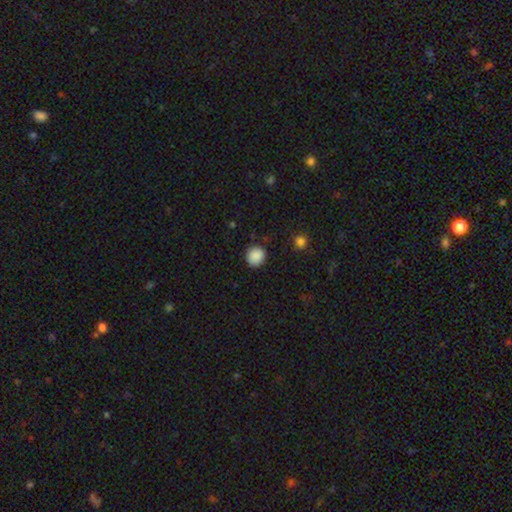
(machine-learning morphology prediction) smooth-or-featured: smooth: 88% | star or artifact: 9% | featured or disk: 3%
  how-rounded: round: 88% | in between: 11% | cigar-shaped: 1%
  merging: none: 87% | minor disturbance: 9% | major disturbance: 2% | merger: 1%